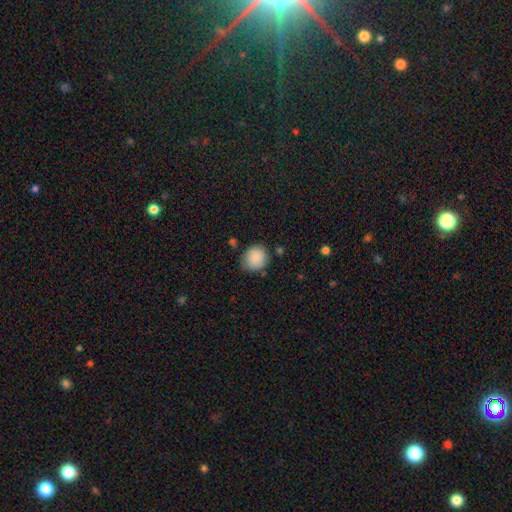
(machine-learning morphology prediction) Smooth or featured?
  - smooth: 87% *
  - star or artifact: 8%
  - featured or disk: 6%
How rounded?
  - round: 83% *
  - in between: 16%
  - cigar-shaped: 1%
Merging?
  - none: 75% *
  - minor disturbance: 19%
  - major disturbance: 4%
  - merger: 2%